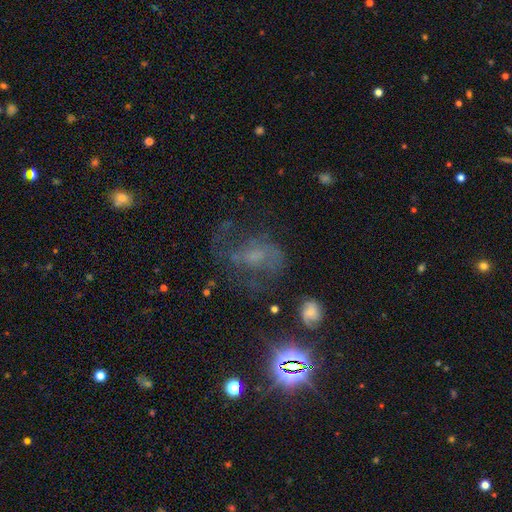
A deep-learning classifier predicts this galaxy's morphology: This appears to be a featured or disk galaxy (50%). Merging: none (48%).